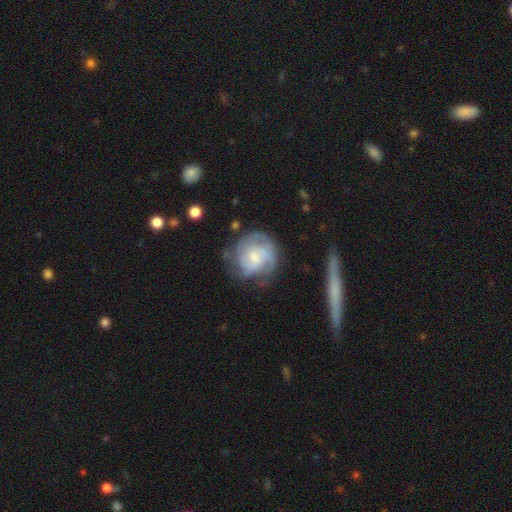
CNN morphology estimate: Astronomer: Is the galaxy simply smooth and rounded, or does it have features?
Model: featured or disk — 71%.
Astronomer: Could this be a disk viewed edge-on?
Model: no — 98%.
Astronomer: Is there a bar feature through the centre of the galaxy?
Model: no — 65%.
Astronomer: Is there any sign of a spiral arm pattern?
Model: yes — 87%.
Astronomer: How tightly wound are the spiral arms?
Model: tight — 54% (runner-up: medium, 35%).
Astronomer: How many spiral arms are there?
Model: can't tell — 37% (runner-up: 2, 23%).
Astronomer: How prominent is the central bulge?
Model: small — 42% (runner-up: moderate, 40%).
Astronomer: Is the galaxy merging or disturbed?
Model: none — 64%.